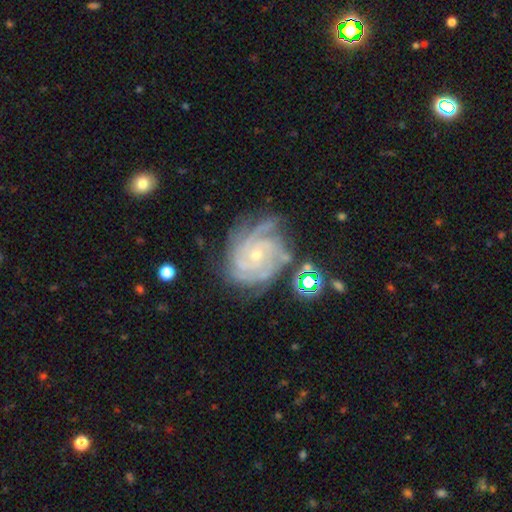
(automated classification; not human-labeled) Smooth or featured: featured or disk — 90% (star or artifact — 6%)
Edge-on disk: no — 98% (yes — 2%)
Bar: no — 74% (weak — 20%)
Spiral arms: yes — 98% (no — 2%)
Spiral winding: tight — 77% (medium — 21%)
Spiral arm count: 4 — 33% (3 — 28%)
Bulge size: small — 76% (moderate — 21%)
Merging: none — 70% (minor disturbance — 20%)